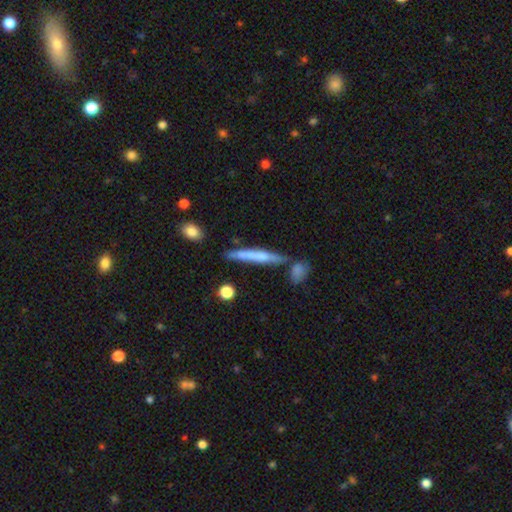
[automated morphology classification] smooth_or_featured: smooth (p=0.52) [alt: featured or disk p=0.42]
how_rounded: cigar-shaped (p=0.93) [alt: in between p=0.05]
merging: none (p=0.71) [alt: minor disturbance p=0.15]